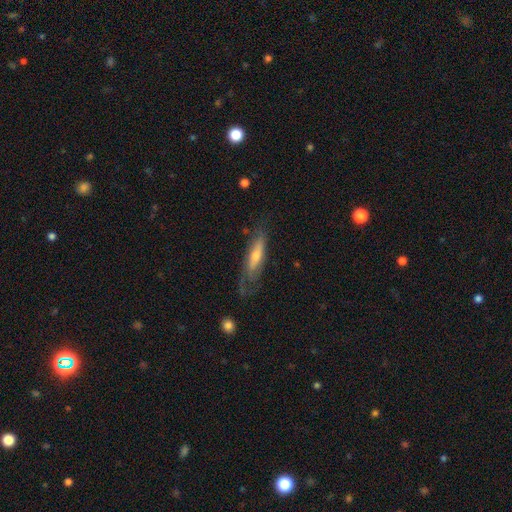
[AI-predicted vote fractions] smooth-or-featured: featured or disk: 55% | smooth: 38% | star or artifact: 6%
  disk-edge-on: yes: 51% | no: 49%
  merging: none: 54% | minor disturbance: 25% | major disturbance: 18% | merger: 2%